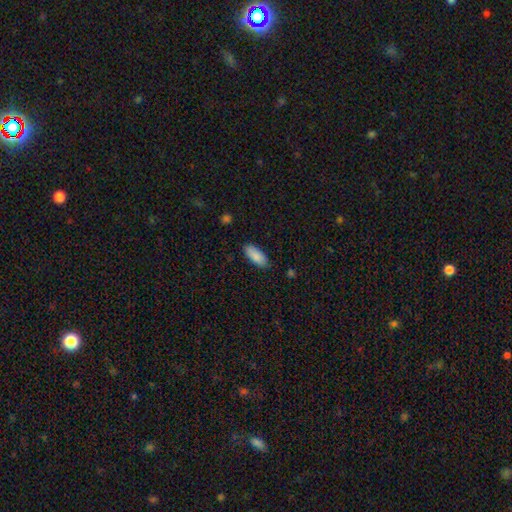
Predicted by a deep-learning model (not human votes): Q: Smooth or featured?
A: smooth (88%); runner-up: featured or disk (6%)
Q: How rounded?
A: in between (84%); runner-up: cigar-shaped (14%)
Q: Merging?
A: none (84%); runner-up: minor disturbance (13%)